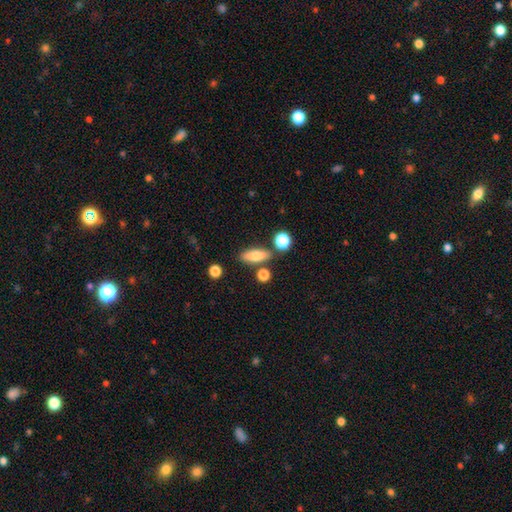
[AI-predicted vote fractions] smooth_or_featured: smooth (p=0.75) [alt: featured or disk p=0.16]
how_rounded: in between (p=0.62) [alt: cigar-shaped p=0.32]
merging: none (p=0.78) [alt: minor disturbance p=0.11]